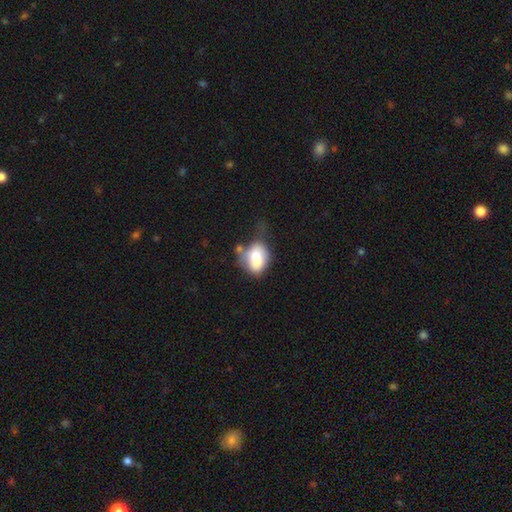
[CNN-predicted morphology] smooth 74%, featured or disk 18%, star or artifact 8%. Down the decision tree: how rounded — in between (71%); merging — minor disturbance (31%).